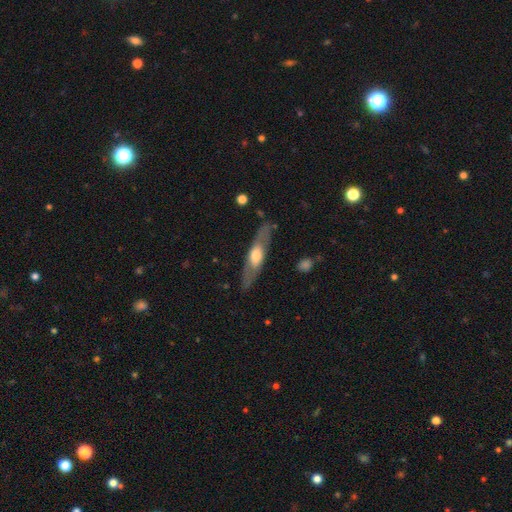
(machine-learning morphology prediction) smooth-or-featured: featured or disk: 57% | smooth: 38% | star or artifact: 5%
  disk-edge-on: yes: 64% | no: 36%
  merging: none: 81% | minor disturbance: 13% | major disturbance: 4% | merger: 2%